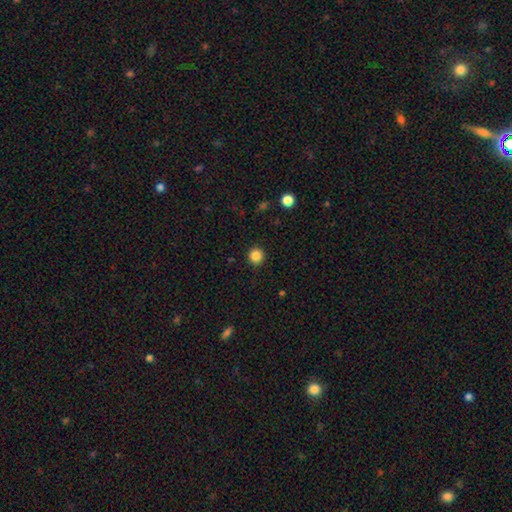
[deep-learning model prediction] A smooth galaxy with no disk features (85%) that is round (94%).

Vote fractions:
- Smooth or featured? smooth: 85% / star or artifact: 11% / featured or disk: 4%
- How rounded? round: 94% / in between: 5% / cigar-shaped: 1%
- Merging? none: 92% / minor disturbance: 5% / major disturbance: 2% / merger: 1%